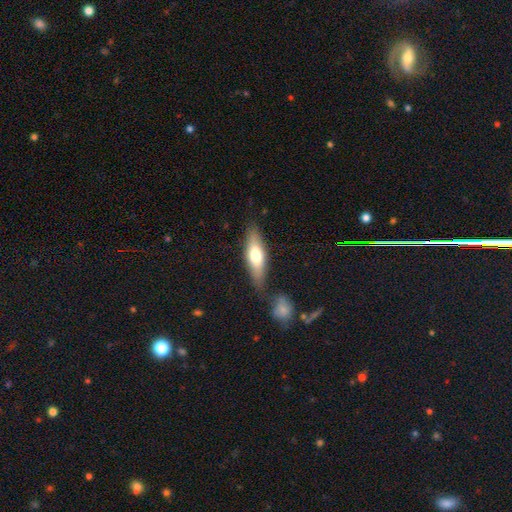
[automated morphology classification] This is likely a smooth galaxy (62%). How rounded: possibly cigar-shaped (54%). Merging: likely none (74%).